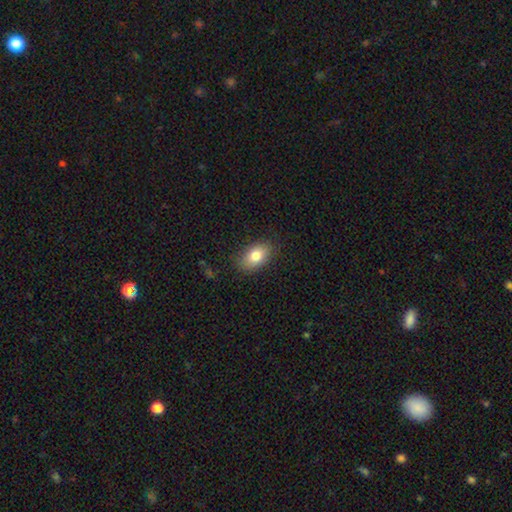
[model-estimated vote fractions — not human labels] Morphology: type=smooth (80%); roundness=in between (88%); merging=none (83%).